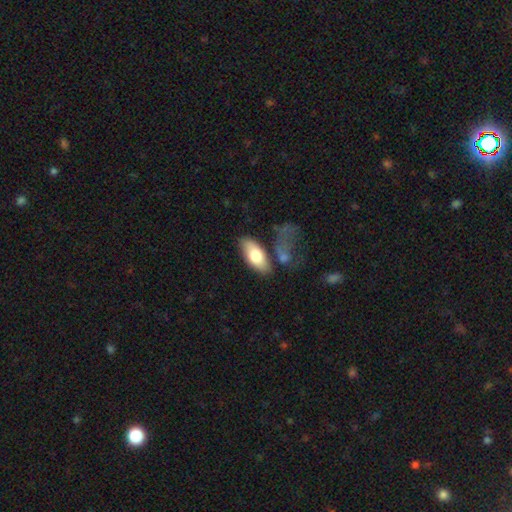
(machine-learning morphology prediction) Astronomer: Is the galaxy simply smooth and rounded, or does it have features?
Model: smooth — 73%.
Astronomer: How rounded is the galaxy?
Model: in between — 87%.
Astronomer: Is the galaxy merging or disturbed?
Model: none — 61%.